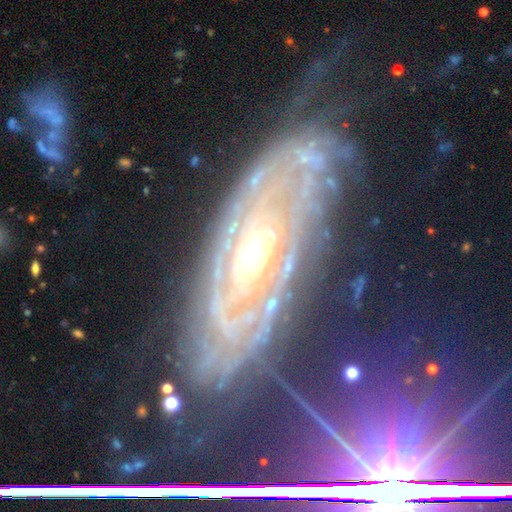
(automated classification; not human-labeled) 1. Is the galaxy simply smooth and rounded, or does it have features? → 86% featured or disk, 7% star or artifact, 7% smooth.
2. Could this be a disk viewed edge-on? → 85% no, 15% yes.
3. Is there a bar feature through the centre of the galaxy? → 70% no, 19% weak, 11% strong.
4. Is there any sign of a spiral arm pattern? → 84% yes, 16% no.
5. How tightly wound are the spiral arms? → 67% tight, 24% medium, 9% loose.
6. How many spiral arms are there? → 41% can't tell, 25% 2, 11% 3, 8% more than 4, 8% 1, 7% 4.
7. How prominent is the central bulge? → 68% moderate, 18% large, 10% small, 2% dominant, 2% none.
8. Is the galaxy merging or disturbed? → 63% none, 19% minor disturbance, 14% major disturbance, 4% merger.